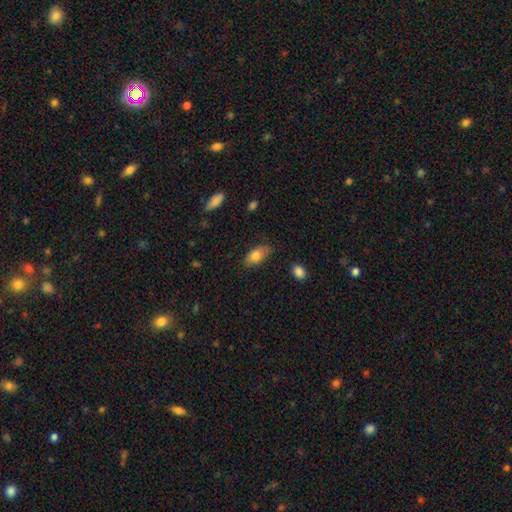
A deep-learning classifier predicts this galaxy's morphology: This is likely a smooth galaxy (80%). How rounded: clearly in between (90%). Merging: likely none (75%).